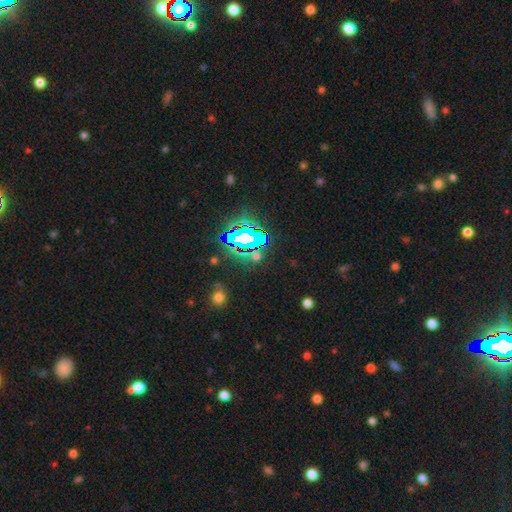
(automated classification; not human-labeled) The model was most divided on "smooth or featured": star or artifact: 68%, smooth: 21%, featured or disk: 11%.